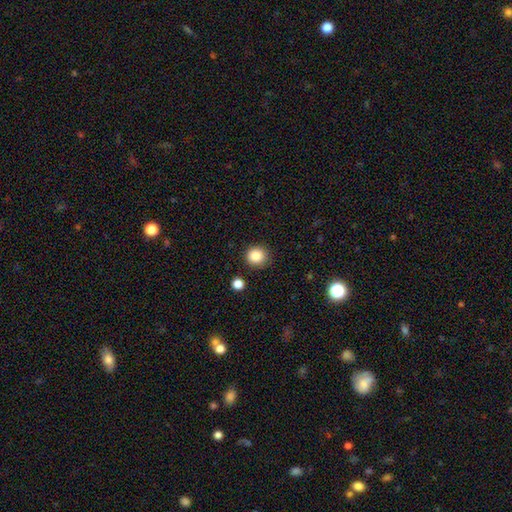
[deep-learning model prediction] Smooth or featured? smooth (86%)
How rounded? round (90%)
Merging? none (88%)